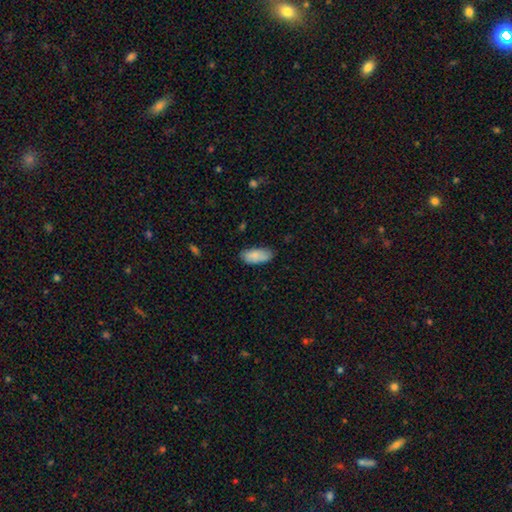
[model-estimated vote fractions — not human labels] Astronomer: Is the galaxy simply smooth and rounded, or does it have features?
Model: smooth — 85%.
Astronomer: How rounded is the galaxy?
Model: in between — 88%.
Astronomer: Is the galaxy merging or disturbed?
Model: none — 76%.